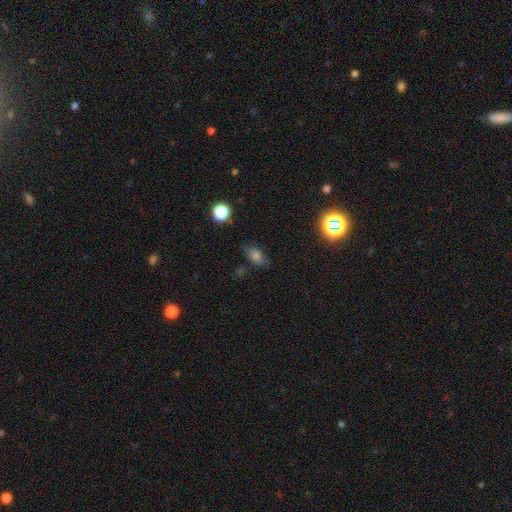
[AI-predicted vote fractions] smooth 72%, star or artifact 16%, featured or disk 12%. Down the decision tree: how rounded — in between (77%); merging — none (75%).